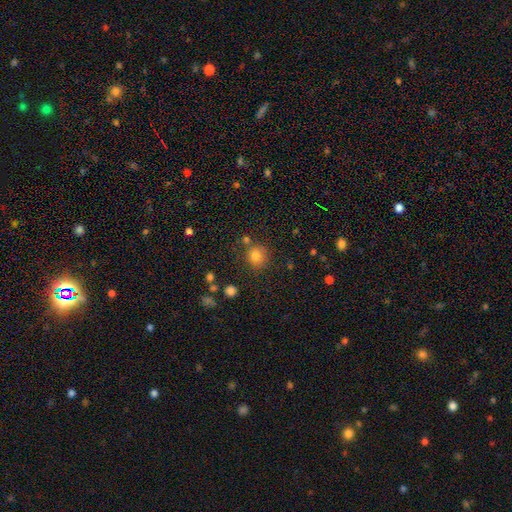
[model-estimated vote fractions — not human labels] Smooth or featured?
  - smooth: 80% *
  - star or artifact: 13%
  - featured or disk: 6%
How rounded?
  - round: 90% *
  - in between: 9%
  - cigar-shaped: 1%
Merging?
  - none: 75% *
  - minor disturbance: 12%
  - merger: 10%
  - major disturbance: 4%